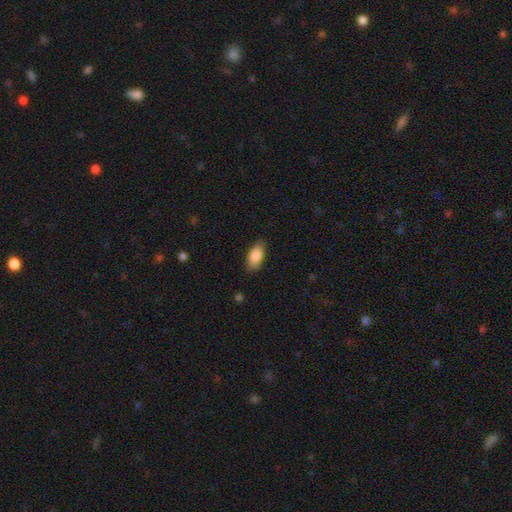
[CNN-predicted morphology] smooth 87%, featured or disk 7%, star or artifact 6%. Down the decision tree: how rounded — in between (91%); merging — none (81%).